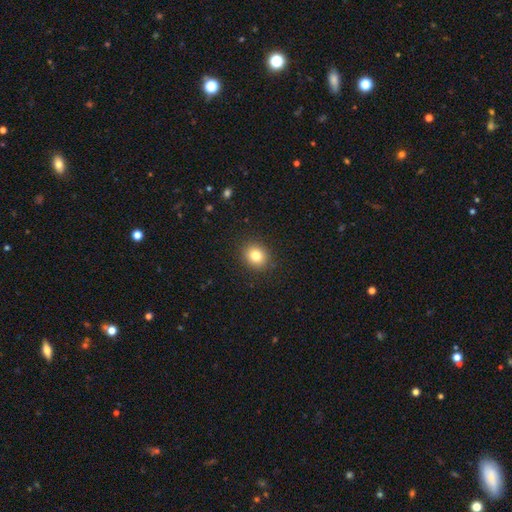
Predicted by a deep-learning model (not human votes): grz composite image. It shows a smooth galaxy with no disk features (80%) that is round (74%). Merging: none (89%).